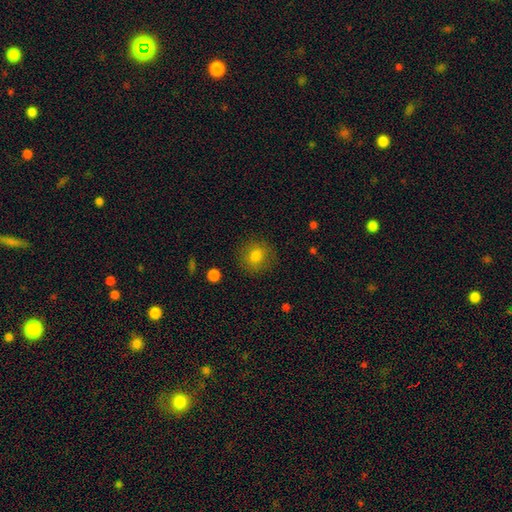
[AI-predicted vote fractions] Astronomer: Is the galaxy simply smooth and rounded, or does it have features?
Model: smooth — 81%.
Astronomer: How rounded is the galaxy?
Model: round — 84%.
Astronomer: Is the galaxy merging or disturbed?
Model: none — 84%.